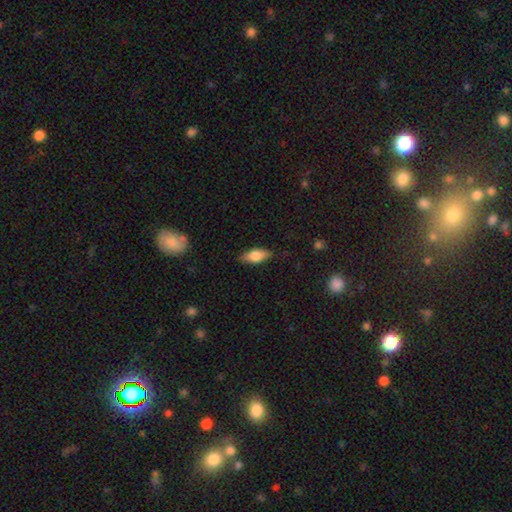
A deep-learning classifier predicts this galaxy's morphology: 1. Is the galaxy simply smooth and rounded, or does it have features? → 69% smooth, 25% featured or disk, 7% star or artifact.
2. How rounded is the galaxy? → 79% in between, 17% cigar-shaped, 3% round.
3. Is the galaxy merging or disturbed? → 83% none, 13% minor disturbance, 3% major disturbance, 1% merger.